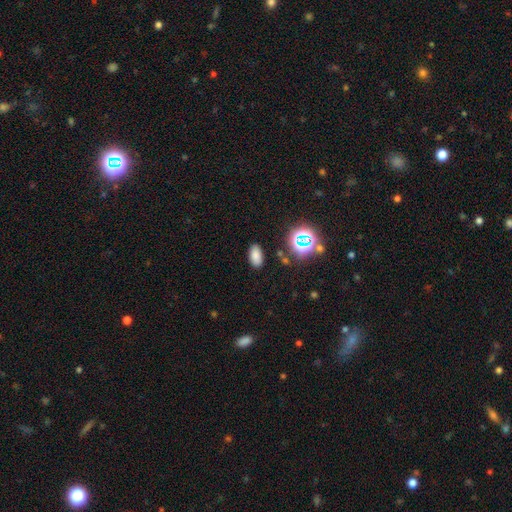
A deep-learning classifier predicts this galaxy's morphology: smooth-or-featured: smooth: 76% | star or artifact: 18% | featured or disk: 6%
  how-rounded: in between: 91% | round: 6% | cigar-shaped: 3%
  merging: none: 86% | minor disturbance: 9% | major disturbance: 3% | merger: 2%